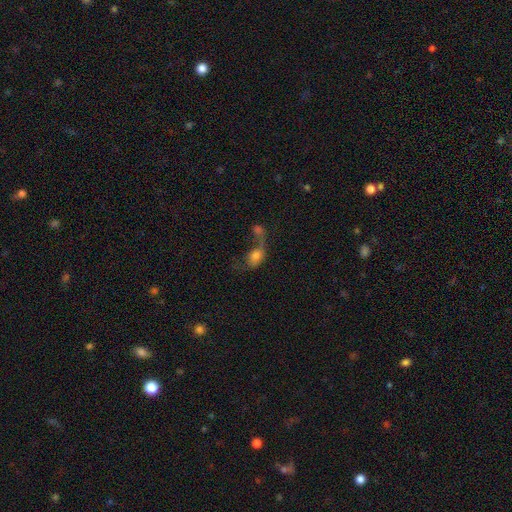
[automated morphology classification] Smooth or featured? smooth (66%)
How rounded? in between (74%)
Merging? merger (58%)